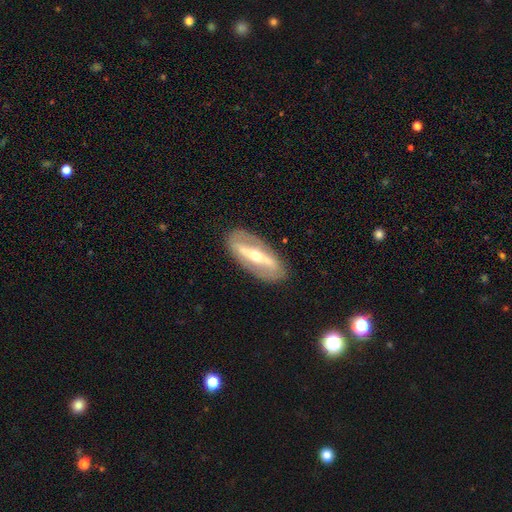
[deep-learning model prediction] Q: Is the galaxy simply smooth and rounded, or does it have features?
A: featured or disk — 78%.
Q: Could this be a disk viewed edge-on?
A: no — 75%.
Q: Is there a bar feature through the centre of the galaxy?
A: strong — 74%.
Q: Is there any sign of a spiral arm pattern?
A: no — 54%.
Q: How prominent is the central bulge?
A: moderate — 54%.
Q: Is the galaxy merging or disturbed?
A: none — 85%.